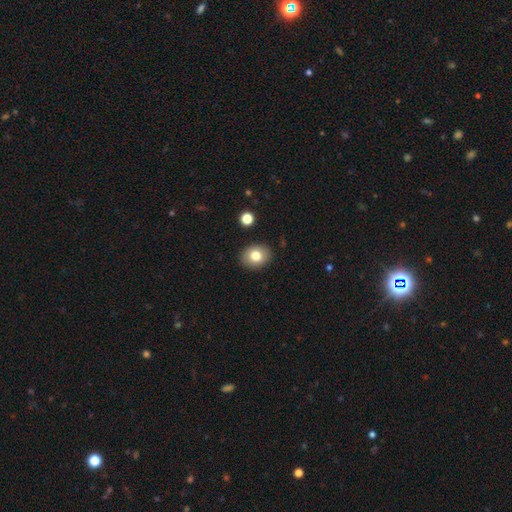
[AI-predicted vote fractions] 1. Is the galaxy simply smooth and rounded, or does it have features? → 80% smooth, 11% featured or disk, 9% star or artifact.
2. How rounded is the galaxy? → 50% in between (tied), 50% round (tied), 1% cigar-shaped.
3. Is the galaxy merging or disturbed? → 89% none, 8% minor disturbance, 2% major disturbance, 2% merger.